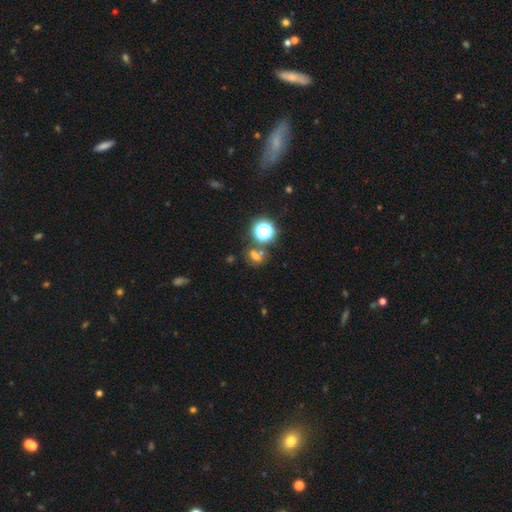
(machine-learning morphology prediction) Overall: smooth (53%; star or artifact 34%). How rounded: round (55%; in between 43%). Merging: none (57%; merger 24%).